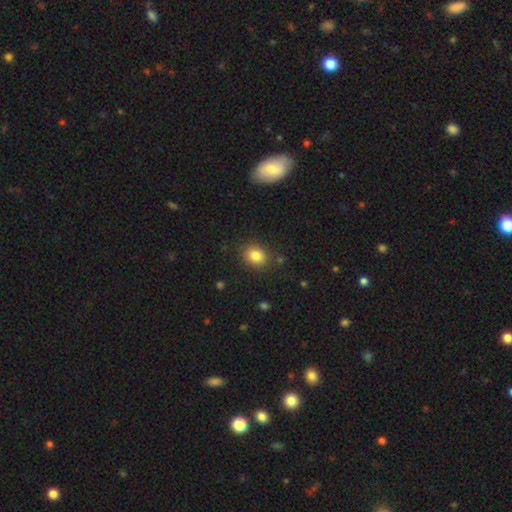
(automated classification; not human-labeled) Q: Smooth or featured?
A: smooth (84%); runner-up: star or artifact (10%)
Q: How rounded?
A: round (59%); runner-up: in between (40%)
Q: Merging?
A: none (83%); runner-up: minor disturbance (11%)